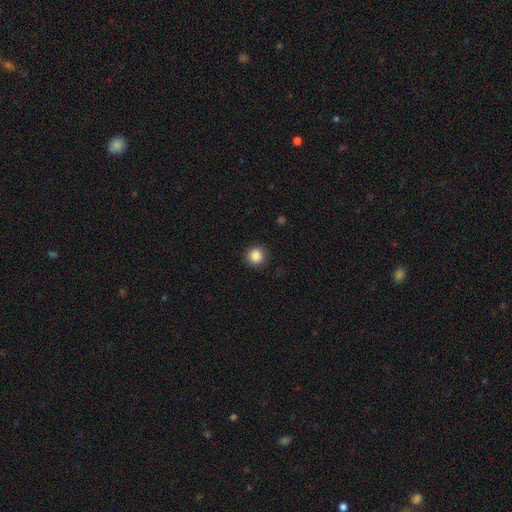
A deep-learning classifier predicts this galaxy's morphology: This is clearly a smooth galaxy (87%). How rounded: clearly round (92%). Merging: clearly none (89%).